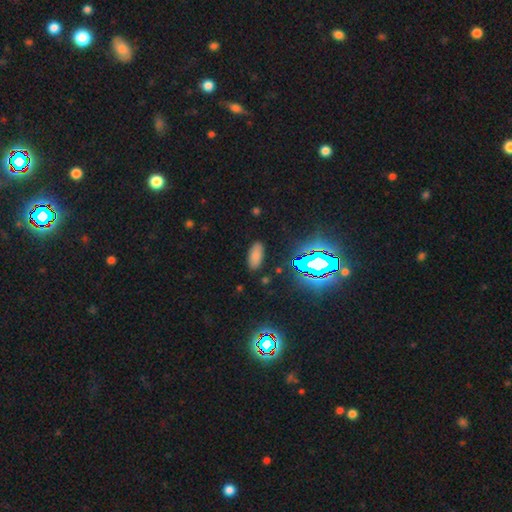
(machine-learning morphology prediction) smooth 73%, star or artifact 20%, featured or disk 8%. Down the decision tree: how rounded — in between (88%); merging — none (87%).